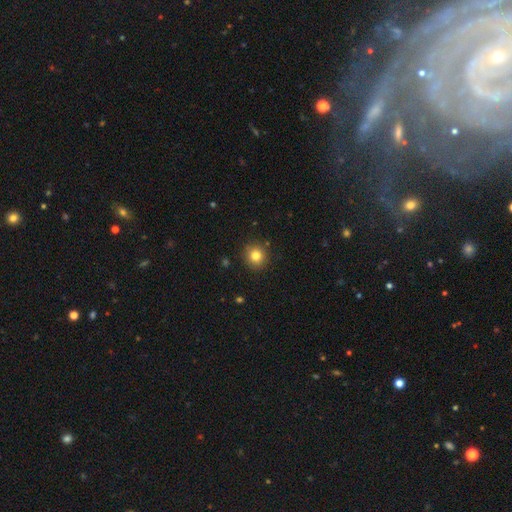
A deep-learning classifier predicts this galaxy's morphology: Smooth or featured: smooth — 81% (star or artifact — 12%)
How rounded: round — 91% (in between — 8%)
Merging: none — 90% (minor disturbance — 7%)